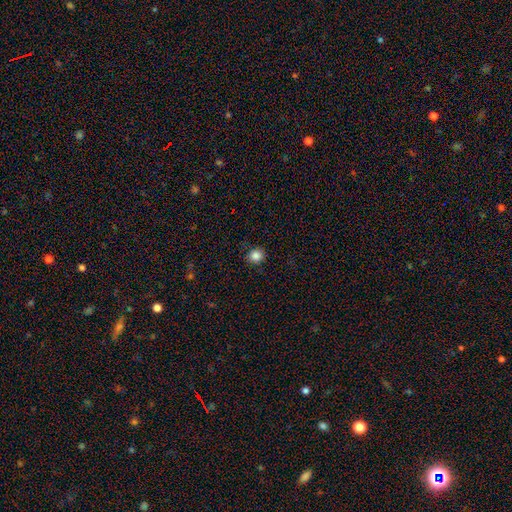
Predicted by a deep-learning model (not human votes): A smooth galaxy with no disk features (85%) that is round (83%).

Vote fractions:
- Smooth or featured? smooth: 85% / star or artifact: 11% / featured or disk: 4%
- How rounded? round: 83% / in between: 16% / cigar-shaped: 1%
- Merging? none: 88% / minor disturbance: 9% / major disturbance: 2% / merger: 1%